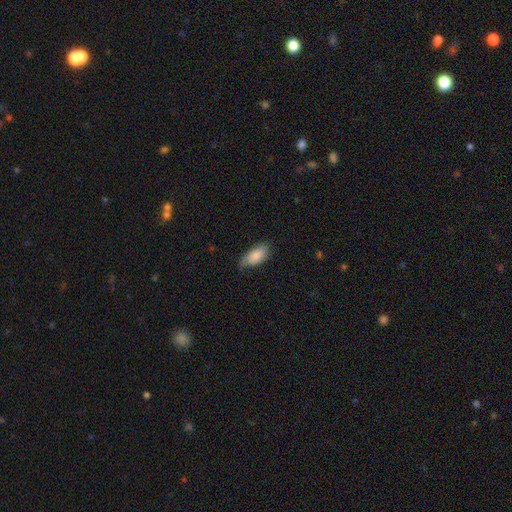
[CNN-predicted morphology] Smooth or featured?
  - smooth: 83% *
  - featured or disk: 10%
  - star or artifact: 6%
How rounded?
  - in between: 90% *
  - cigar-shaped: 7%
  - round: 2%
Merging?
  - none: 63% *
  - minor disturbance: 30%
  - major disturbance: 6%
  - merger: 1%